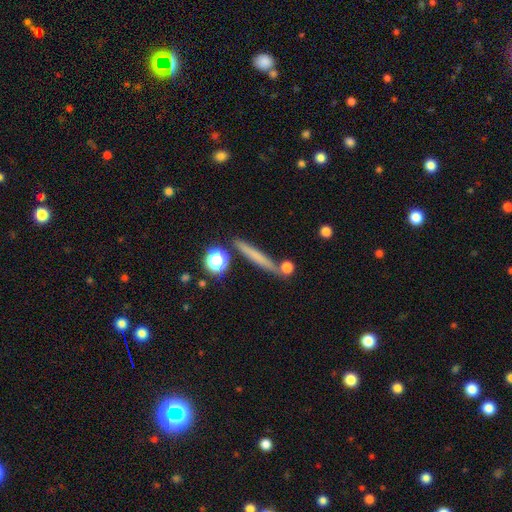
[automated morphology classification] This appears to be a smooth galaxy with no disk features (60%) that is cigar-shaped (91%). Merging: none (81%).